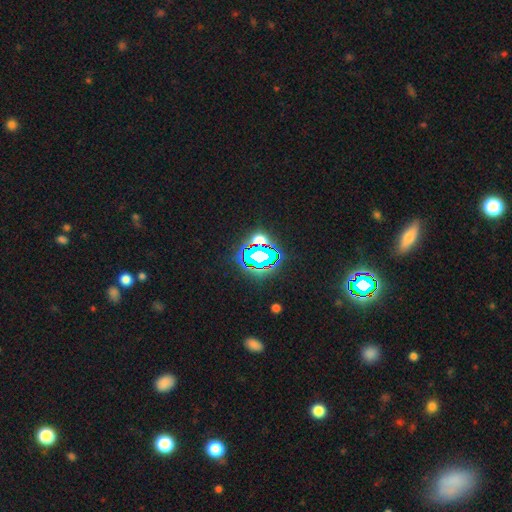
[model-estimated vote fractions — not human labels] star or artifact 72%, smooth 16%, featured or disk 12%.